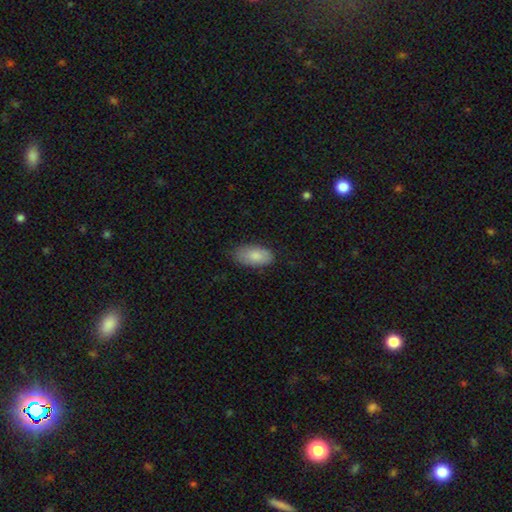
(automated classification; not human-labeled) Smooth or featured?
  - smooth: 85% *
  - featured or disk: 9%
  - star or artifact: 6%
How rounded?
  - in between: 93% *
  - cigar-shaped: 4%
  - round: 3%
Merging?
  - none: 74% *
  - minor disturbance: 21%
  - major disturbance: 4%
  - merger: 1%